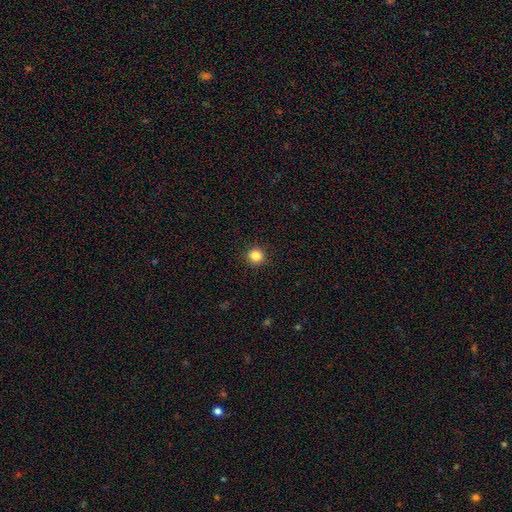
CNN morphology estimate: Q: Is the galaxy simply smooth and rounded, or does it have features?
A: smooth — 85%.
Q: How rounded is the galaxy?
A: round — 95%.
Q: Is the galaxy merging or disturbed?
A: none — 92%.